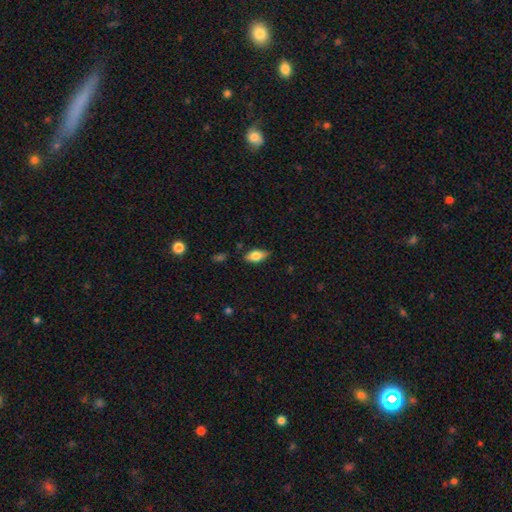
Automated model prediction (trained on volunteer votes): A smooth galaxy with no disk features (70%) that is in between round and cigar-shaped (86%).

Vote fractions:
- Smooth or featured? smooth: 70% / featured or disk: 22% / star or artifact: 8%
- How rounded? in between: 86% / cigar-shaped: 10% / round: 4%
- Merging? none: 81% / minor disturbance: 15% / major disturbance: 3% / merger: 1%